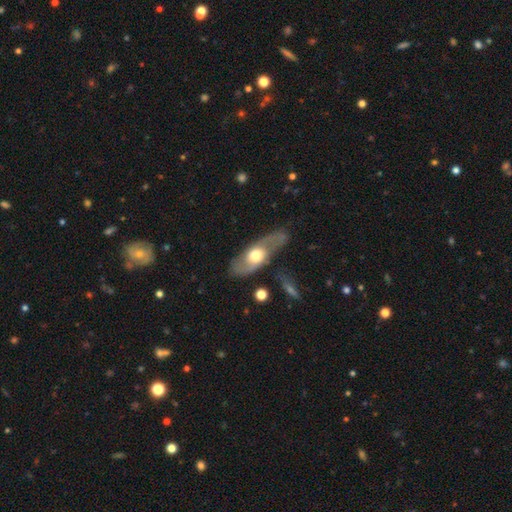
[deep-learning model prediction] Smooth or featured?
  - featured or disk: 61% *
  - smooth: 34%
  - star or artifact: 5%
Edge-on disk?
  - no: 75% *
  - yes: 25%
Merging?
  - none: 65% *
  - minor disturbance: 21%
  - major disturbance: 10%
  - merger: 3%